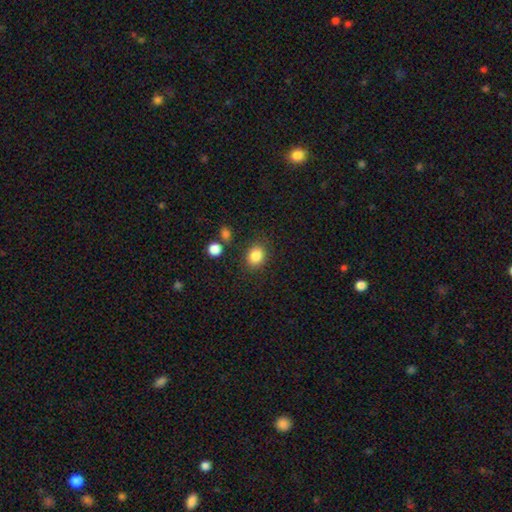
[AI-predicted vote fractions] smooth_or_featured: smooth (p=0.85) [alt: star or artifact p=0.10]
how_rounded: round (p=0.54) [alt: in between p=0.45]
merging: none (p=0.83) [alt: minor disturbance p=0.10]